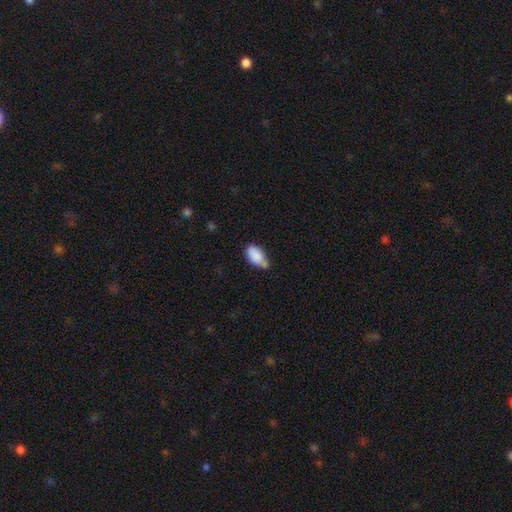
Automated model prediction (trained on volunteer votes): Q: Smooth or featured?
A: smooth (85%); runner-up: featured or disk (7%)
Q: How rounded?
A: in between (93%); runner-up: round (4%)
Q: Merging?
A: none (42%); runner-up: minor disturbance (39%)